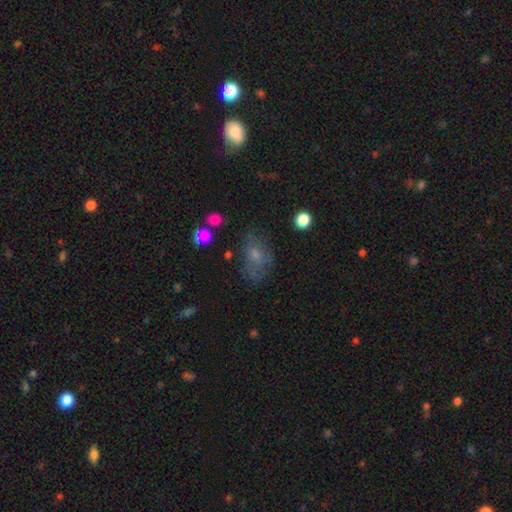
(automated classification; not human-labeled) Q: Smooth or featured?
A: smooth (59%); runner-up: featured or disk (27%)
Q: How rounded?
A: in between (82%); runner-up: round (15%)
Q: Merging?
A: none (52%); runner-up: minor disturbance (26%)